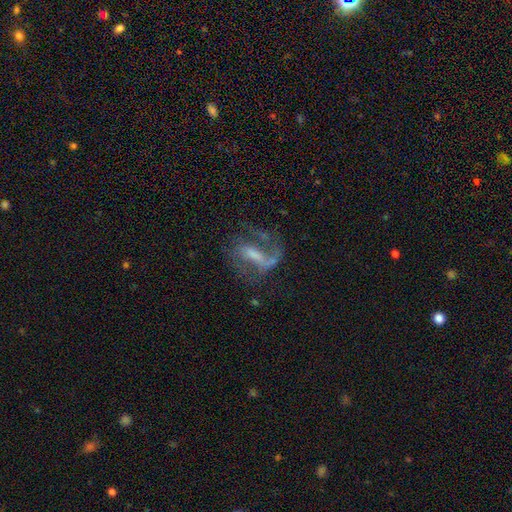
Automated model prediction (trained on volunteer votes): featured or disk 77%, smooth 14%, star or artifact 10%. Down the decision tree: edge-on disk — no (94%); bar — strong (40%, tied with weak); spiral arms — yes (86%); spiral arm count — 2 (55%); spiral winding — loose (44%); bulge size — small (33%); merging — none (46%).